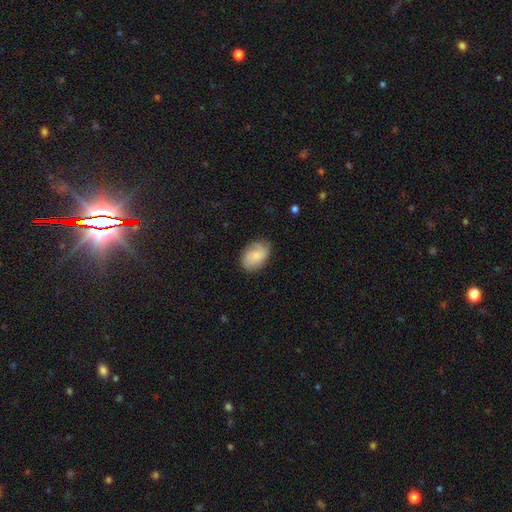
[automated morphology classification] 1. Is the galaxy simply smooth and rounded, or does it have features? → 56% smooth, 36% featured or disk, 7% star or artifact.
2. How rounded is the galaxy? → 84% in between, 15% round, 1% cigar-shaped.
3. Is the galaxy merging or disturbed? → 75% none, 19% minor disturbance, 5% major disturbance, 1% merger.